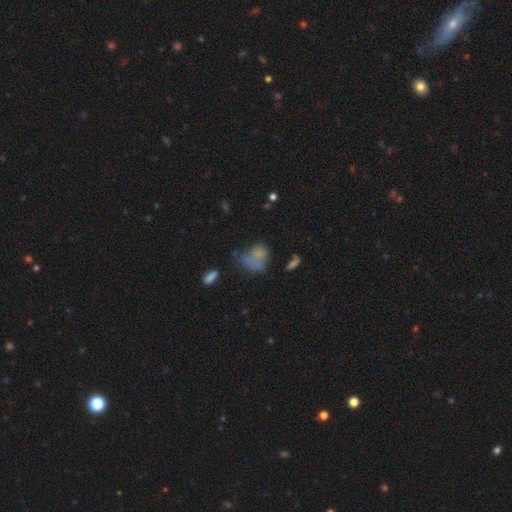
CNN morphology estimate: Smooth or featured: smooth — 60% (featured or disk — 22%)
How rounded: in between — 58% (round — 39%)
Merging: none — 32% (major disturbance — 25%)